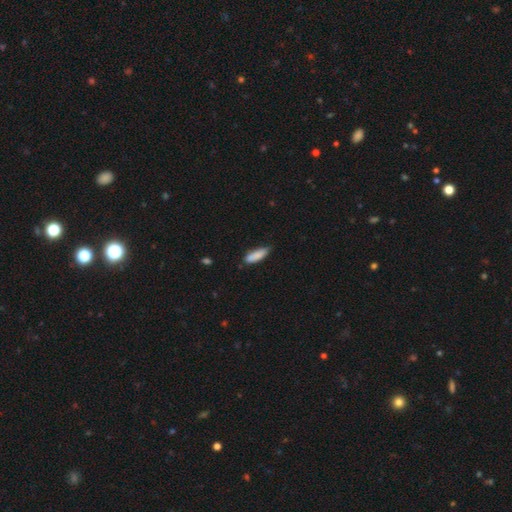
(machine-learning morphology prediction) A smooth galaxy with no disk features (86%) that is cigar-shaped (52%).

Vote fractions:
- Smooth or featured? smooth: 86% / featured or disk: 8% / star or artifact: 6%
- How rounded? cigar-shaped: 52% / in between: 46% / round: 2%
- Merging? none: 67% / minor disturbance: 27% / major disturbance: 4% / merger: 3%